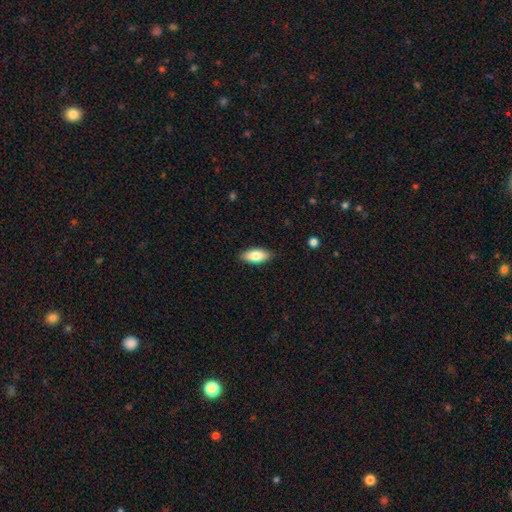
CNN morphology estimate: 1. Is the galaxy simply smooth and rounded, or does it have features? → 81% smooth, 12% featured or disk, 6% star or artifact.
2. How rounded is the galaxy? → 86% in between, 12% cigar-shaped, 2% round.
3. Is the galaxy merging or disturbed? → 87% none, 10% minor disturbance, 2% major disturbance, 1% merger.